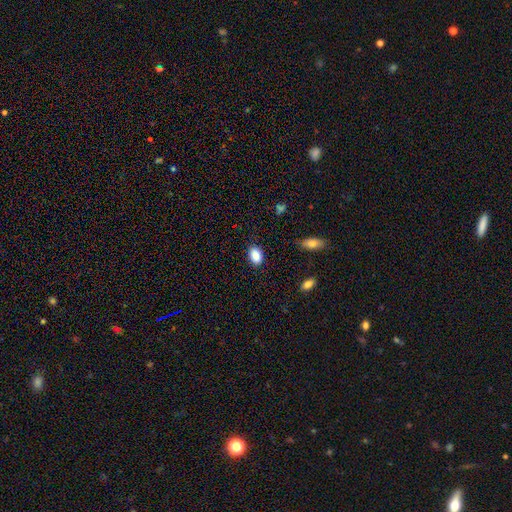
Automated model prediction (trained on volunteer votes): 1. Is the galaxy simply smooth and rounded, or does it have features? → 88% smooth, 8% star or artifact, 4% featured or disk.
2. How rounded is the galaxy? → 84% in between, 15% round, 1% cigar-shaped.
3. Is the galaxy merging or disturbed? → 86% none, 10% minor disturbance, 3% major disturbance, 1% merger.